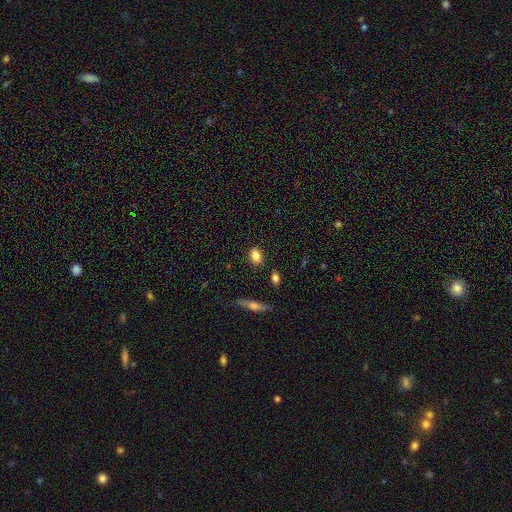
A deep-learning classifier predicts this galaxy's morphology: This is clearly a smooth galaxy (83%). How rounded: likely in between (71%). Merging: clearly none (86%).